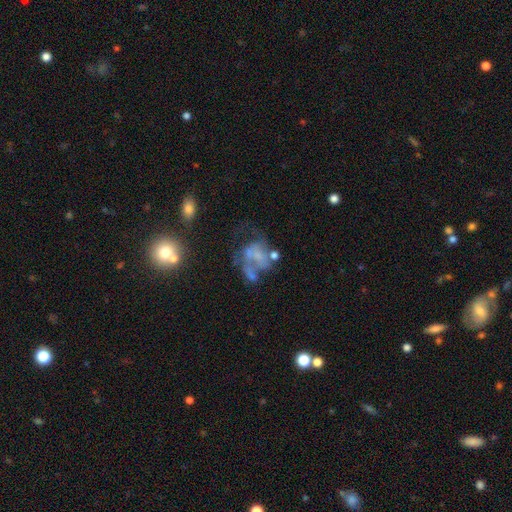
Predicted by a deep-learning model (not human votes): This appears to be a featured or disk galaxy (61%) with no bar (80%), no spiral arms (66%) and no central bulge (64%). Merging: major disturbance (41%).